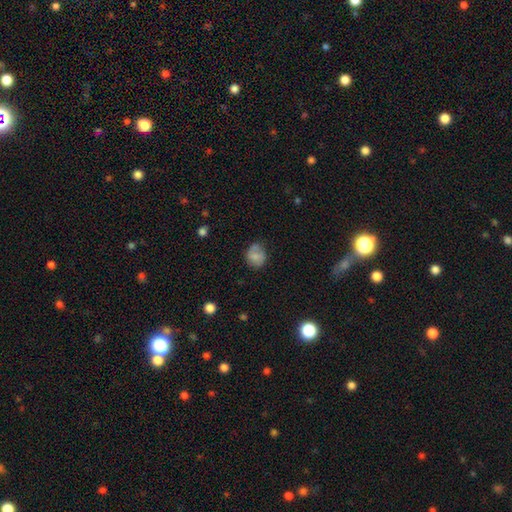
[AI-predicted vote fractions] Morphology: type=smooth (72%); roundness=round (65%); merging=none (58%).